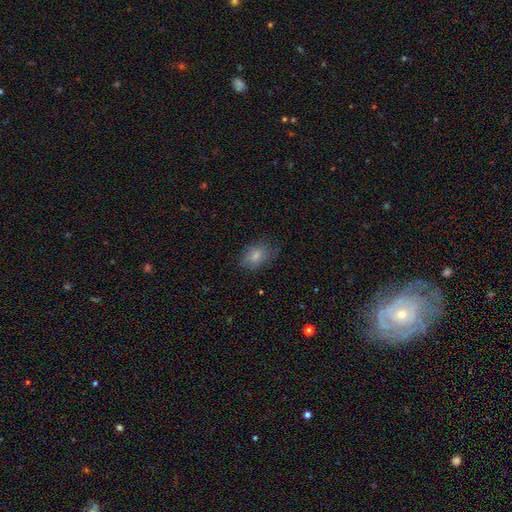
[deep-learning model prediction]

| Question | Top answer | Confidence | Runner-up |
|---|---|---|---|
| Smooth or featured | smooth | 79% | featured or disk (13%) |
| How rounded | in between | 86% | round (11%) |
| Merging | none | 64% | minor disturbance (26%) |